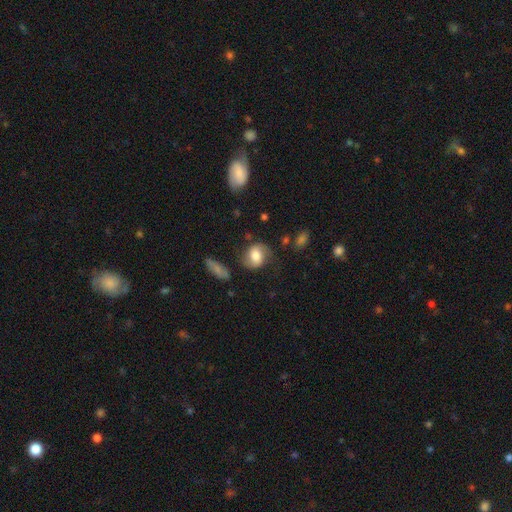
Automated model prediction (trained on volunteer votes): Smooth or featured? Predicted: smooth (p=0.47). Merging? Predicted: none (p=0.62).